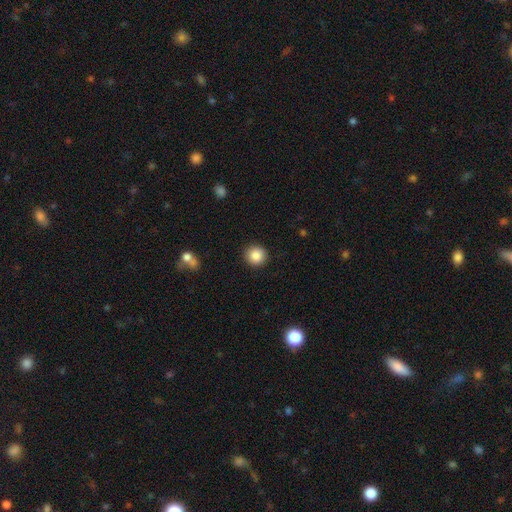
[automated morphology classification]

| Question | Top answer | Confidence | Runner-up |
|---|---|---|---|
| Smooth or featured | smooth | 87% | star or artifact (9%) |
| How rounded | round | 93% | in between (6%) |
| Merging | none | 91% | minor disturbance (6%) |